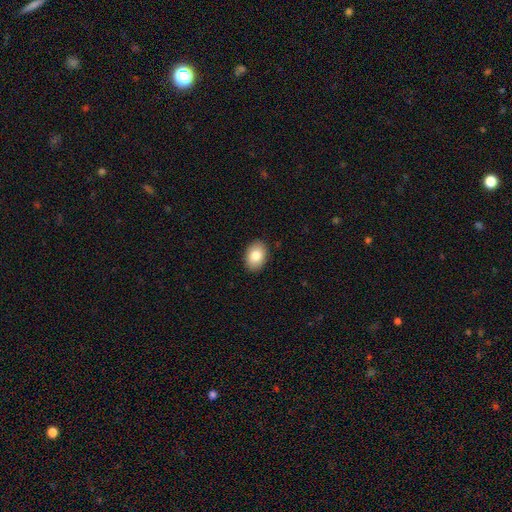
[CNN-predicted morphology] This appears to be a smooth galaxy with no disk features (83%) that is in between round and cigar-shaped (82%). Merging: none (90%).